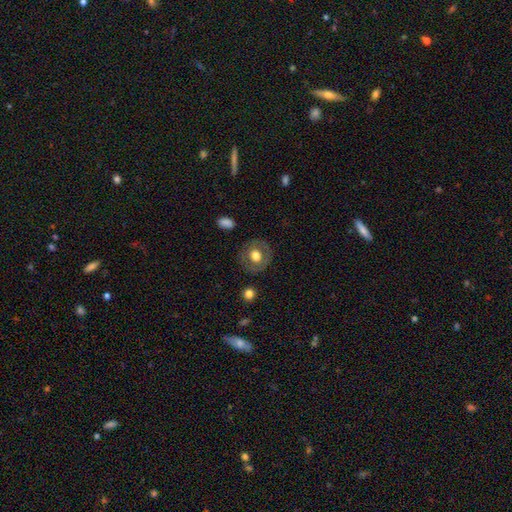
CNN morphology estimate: smooth 56%, featured or disk 36%, star or artifact 7%. Down the decision tree: how rounded — round (83%); merging — none (84%).